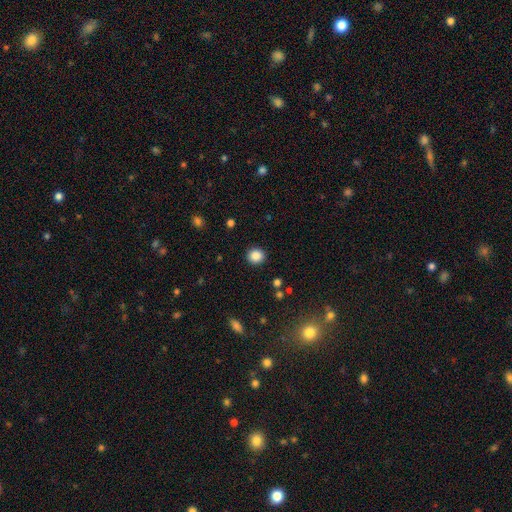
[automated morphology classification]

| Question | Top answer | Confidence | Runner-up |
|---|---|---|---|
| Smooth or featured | smooth | 86% | star or artifact (10%) |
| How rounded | round | 87% | in between (12%) |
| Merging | none | 91% | minor disturbance (6%) |